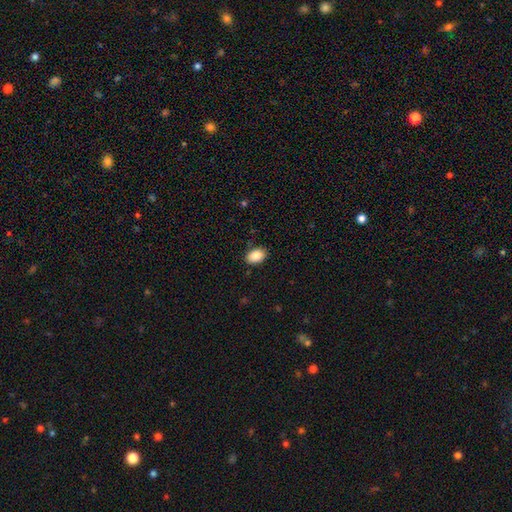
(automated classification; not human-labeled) smooth 88%, star or artifact 7%, featured or disk 5%. Down the decision tree: how rounded — in between (86%); merging — none (87%).